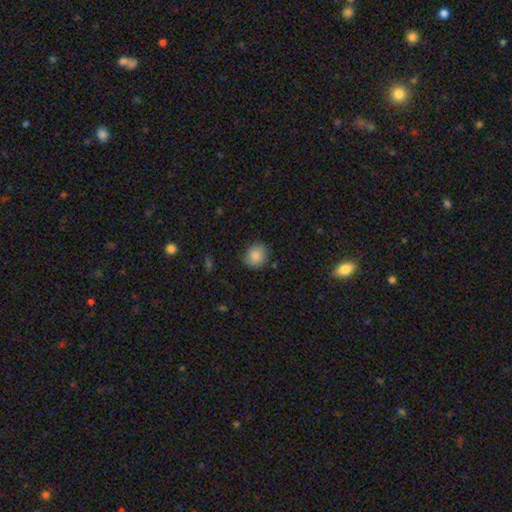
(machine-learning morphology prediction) smooth_or_featured: smooth (p=0.86) [alt: star or artifact p=0.08]
how_rounded: round (p=0.76) [alt: in between p=0.23]
merging: none (p=0.82) [alt: minor disturbance p=0.13]